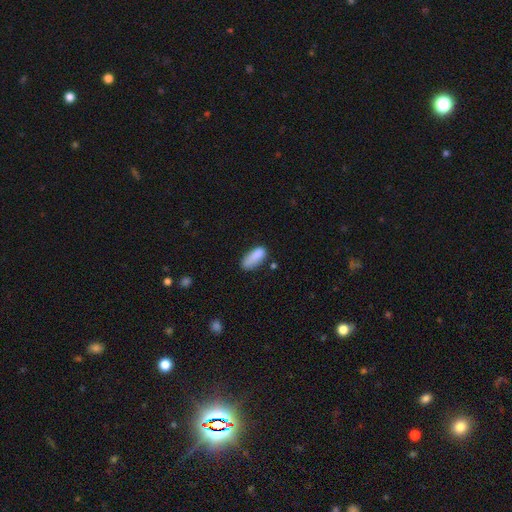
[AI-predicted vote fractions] Smooth or featured: smooth — 83% (star or artifact — 8%)
How rounded: in between — 74% (cigar-shaped — 24%)
Merging: none — 52% (minor disturbance — 30%)